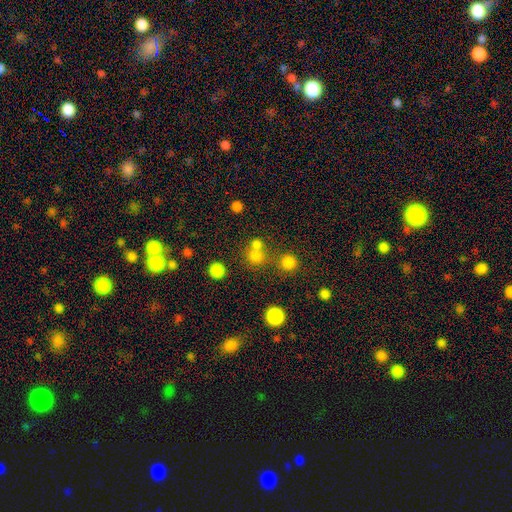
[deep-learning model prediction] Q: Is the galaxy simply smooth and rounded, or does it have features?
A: smooth — 73%.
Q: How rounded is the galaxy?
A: round — 90%.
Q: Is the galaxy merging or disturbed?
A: none — 59%.